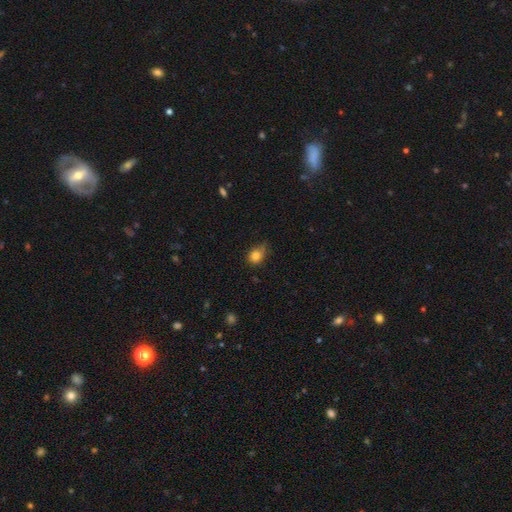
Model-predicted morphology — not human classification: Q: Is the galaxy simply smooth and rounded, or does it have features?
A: smooth — 82%.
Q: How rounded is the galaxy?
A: round — 58%.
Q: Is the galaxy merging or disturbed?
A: none — 52%.